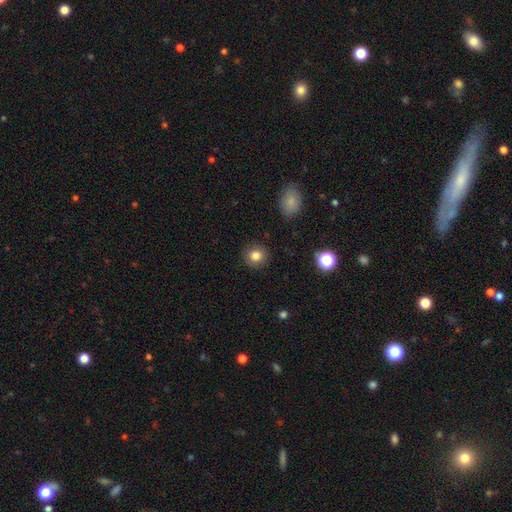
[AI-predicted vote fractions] A smooth galaxy with no disk features (83%) that is round (88%). Merging: none (90%).